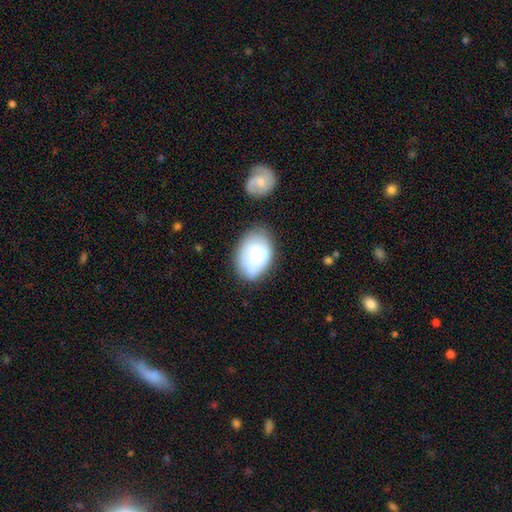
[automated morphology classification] smooth-or-featured: smooth: 64% | featured or disk: 29% | star or artifact: 7%
  how-rounded: in between: 80% | round: 18% | cigar-shaped: 1%
  merging: none: 60% | minor disturbance: 26% | major disturbance: 7% | merger: 7%